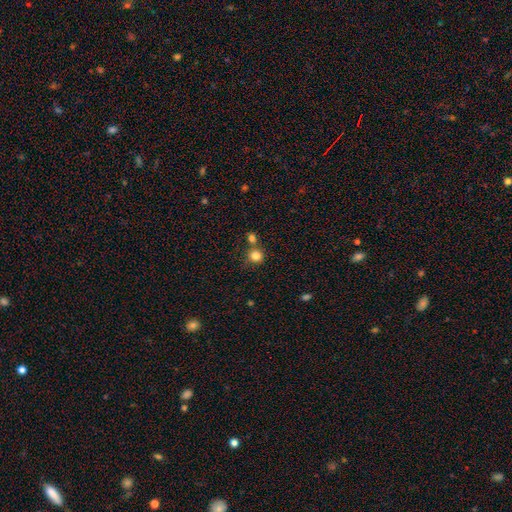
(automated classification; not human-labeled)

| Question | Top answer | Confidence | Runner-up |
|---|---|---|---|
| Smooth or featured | smooth | 82% | star or artifact (12%) |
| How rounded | round | 90% | in between (9%) |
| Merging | none | 66% | merger (20%) |